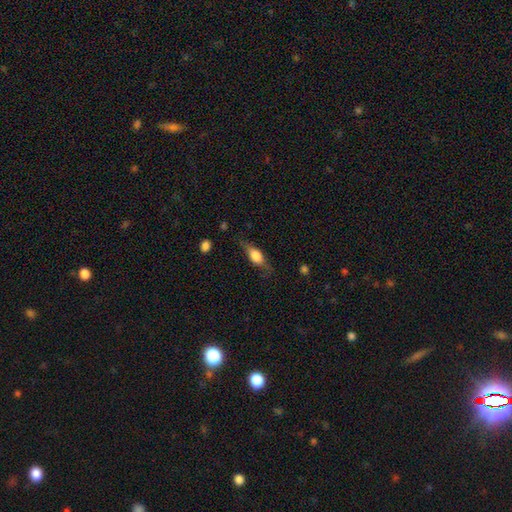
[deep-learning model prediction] smooth 54%, featured or disk 39%, star or artifact 7%. Down the decision tree: how rounded — in between (68%); merging — none (67%).